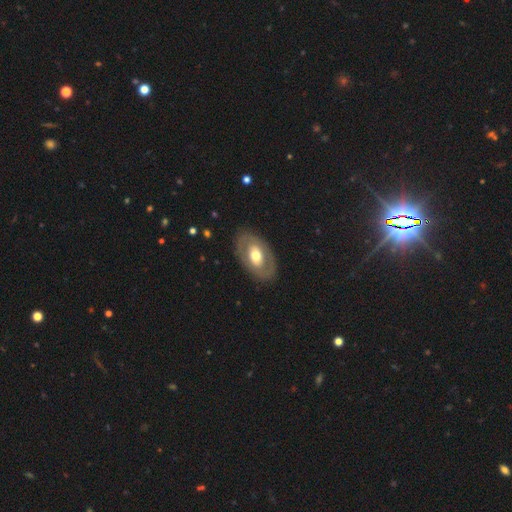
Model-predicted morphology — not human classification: Smooth or featured? Predicted: featured or disk (p=0.52). Edge-on disk? Predicted: no (p=0.90). Merging? Predicted: none (p=0.84).